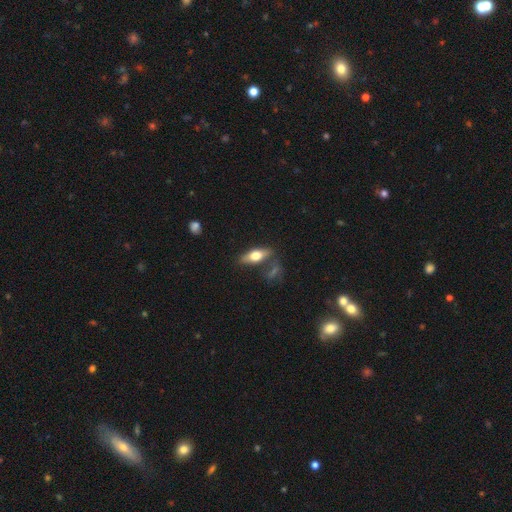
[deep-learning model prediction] Overall: smooth (53%; featured or disk 40%). How rounded: in between (64%; cigar-shaped 32%). Merging: none (67%).